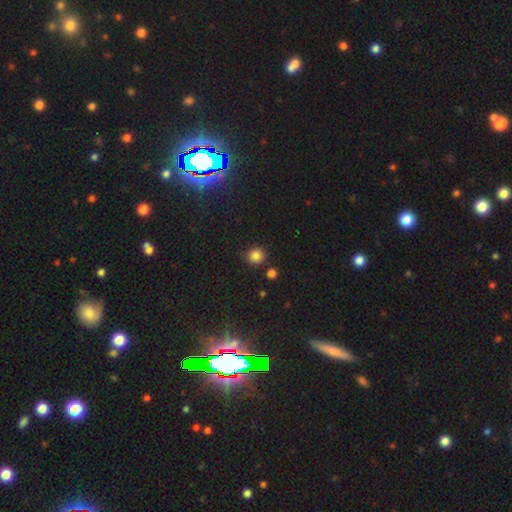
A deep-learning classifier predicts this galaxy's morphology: A smooth galaxy with no disk features (83%) that is round (90%).

Vote fractions:
- Smooth or featured? smooth: 83% / star or artifact: 13% / featured or disk: 4%
- How rounded? round: 90% / in between: 9% / cigar-shaped: 1%
- Merging? none: 83% / minor disturbance: 9% / merger: 5% / major disturbance: 3%